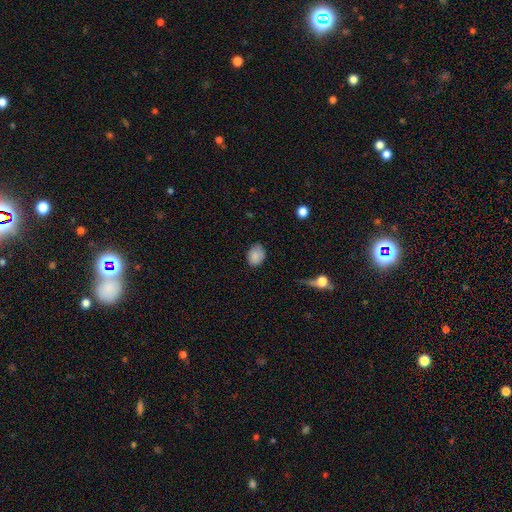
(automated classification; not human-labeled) The model was most divided on "how rounded": in between: 60%, round: 39%, cigar-shaped: 1%. More confident: smooth or featured — smooth (85%); merging — none (75%).